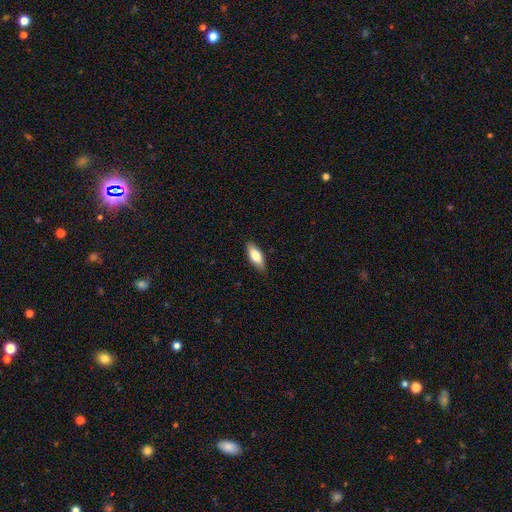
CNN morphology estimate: Smooth or featured: smooth — 74% (featured or disk — 20%)
How rounded: in between — 76% (cigar-shaped — 21%)
Merging: none — 86% (minor disturbance — 11%)